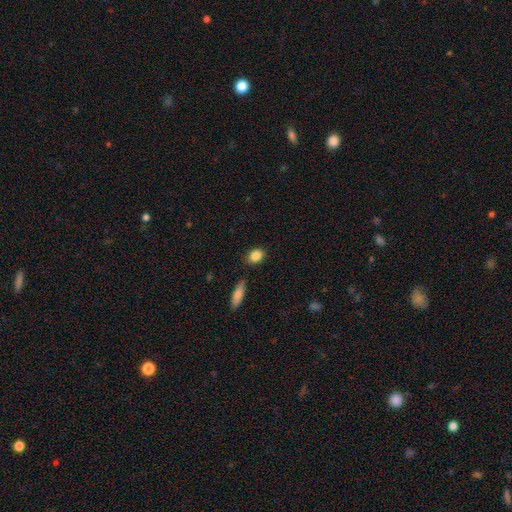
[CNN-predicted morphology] This appears to be a smooth galaxy with no disk features (86%) that is in between round and cigar-shaped (56%). Merging: none (82%).